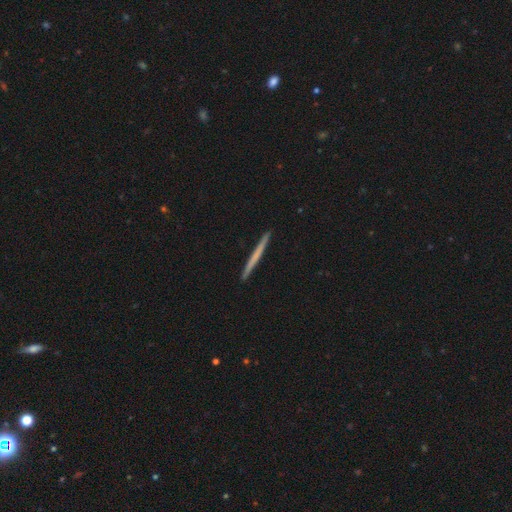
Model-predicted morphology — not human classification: Smooth or featured? Predicted: smooth (p=0.52). How rounded? Predicted: cigar-shaped (p=0.97). Merging? Predicted: none (p=0.93).